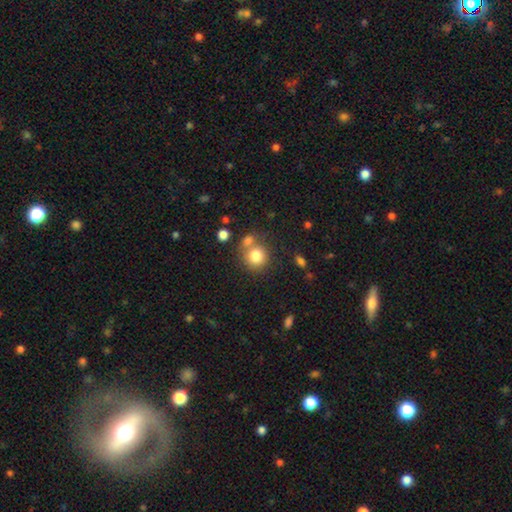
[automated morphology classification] Smooth or featured? Predicted: smooth (p=0.80). How rounded? Predicted: round (p=0.88). Merging? Predicted: none (p=0.58).